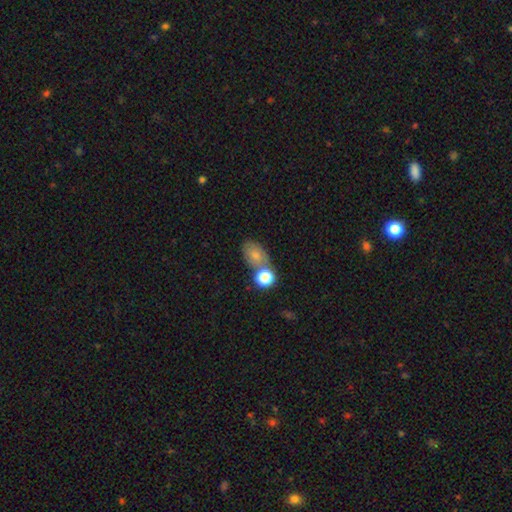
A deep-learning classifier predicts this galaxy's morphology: This appears to be a smooth galaxy with no disk features (73%) that is in between round and cigar-shaped (79%). Merging: none (52%).